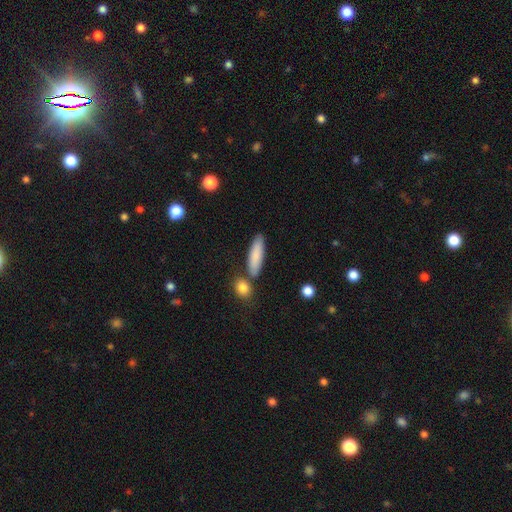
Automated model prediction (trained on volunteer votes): This appears to be a smooth galaxy with no disk features (84%) that is cigar-shaped (58%). Merging: none (75%).